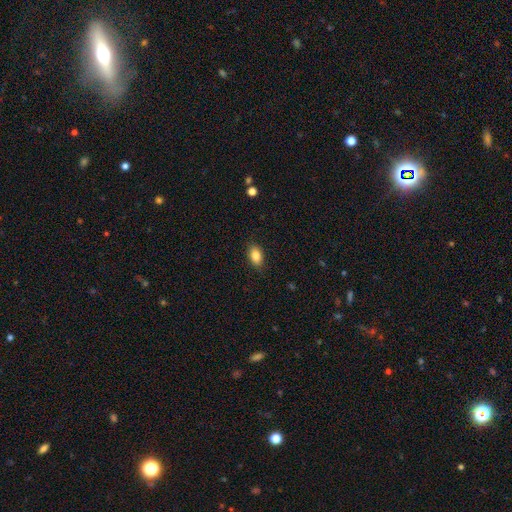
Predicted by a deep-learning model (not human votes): The model was most divided on "merging": none: 86%, minor disturbance: 10%, major disturbance: 2%, merger: 1%. More confident: how rounded — in between (88%); smooth or featured — smooth (86%).